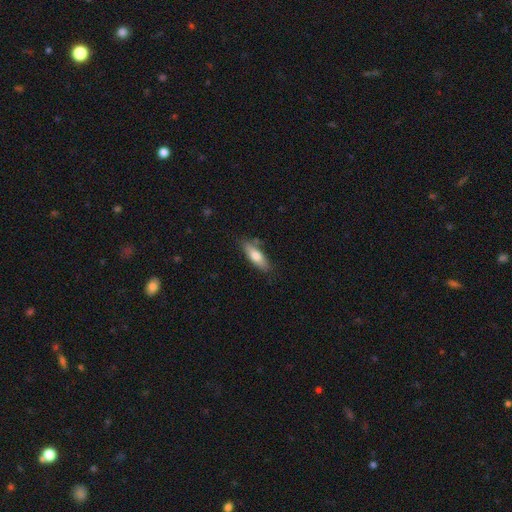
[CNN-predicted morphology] Smooth or featured? Predicted: smooth (p=0.72). How rounded? Predicted: in between (p=0.53). Merging? Predicted: none (p=0.77).